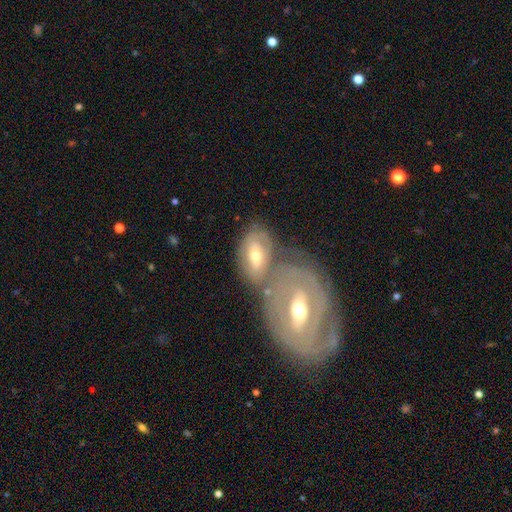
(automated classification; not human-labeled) Smooth or featured? featured or disk (60%)
Edge-on disk? no (87%)
Bar? no (38%)
Spiral arms? yes (52%)
Bulge size? moderate (67%)
Merging? merger (43%)